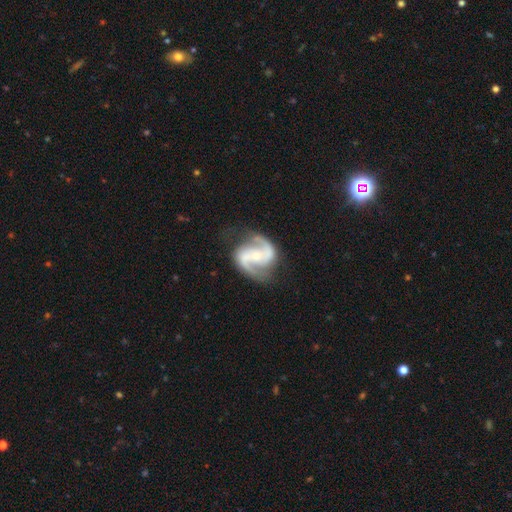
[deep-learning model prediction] A featured or disk galaxy (92%) with no bar (46%), 2 (94%) medium (61%) spiral arms (98%) and a small central bulge (60%). Merging: none (78%).